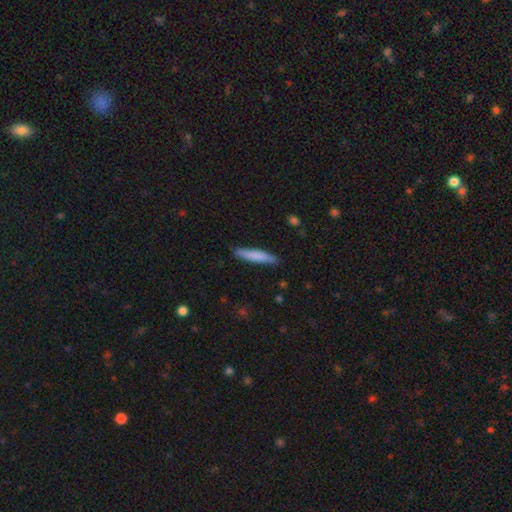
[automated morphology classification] Overall: smooth (78%). How rounded: cigar-shaped (90%). Merging: none (89%).